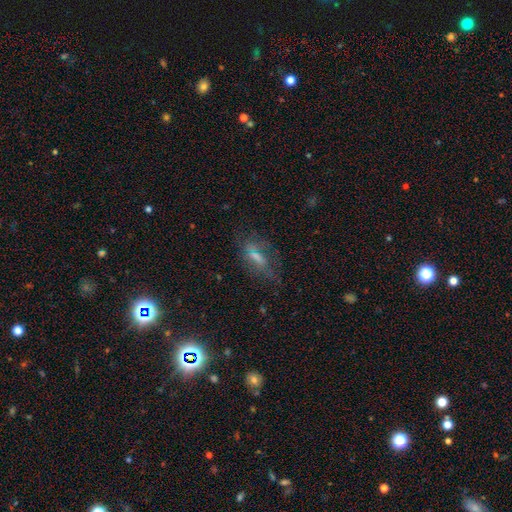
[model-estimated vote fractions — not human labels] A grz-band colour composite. It shows a featured or disk galaxy (40%). Merging: none (56%).